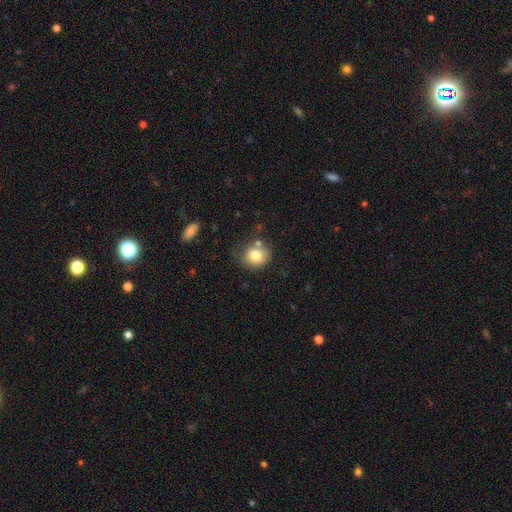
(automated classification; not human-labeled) The model was most divided on "merging": none: 65%, minor disturbance: 21%, merger: 9%, major disturbance: 6%. More confident: smooth or featured — smooth (78%); how rounded — round (74%).